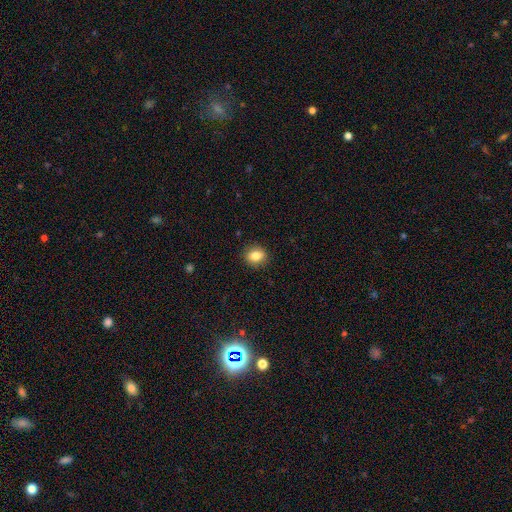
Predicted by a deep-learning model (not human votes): smooth_or_featured: smooth (p=0.83) [alt: star or artifact p=0.10]
how_rounded: round (p=0.62) [alt: in between p=0.37]
merging: none (p=0.90) [alt: minor disturbance p=0.07]